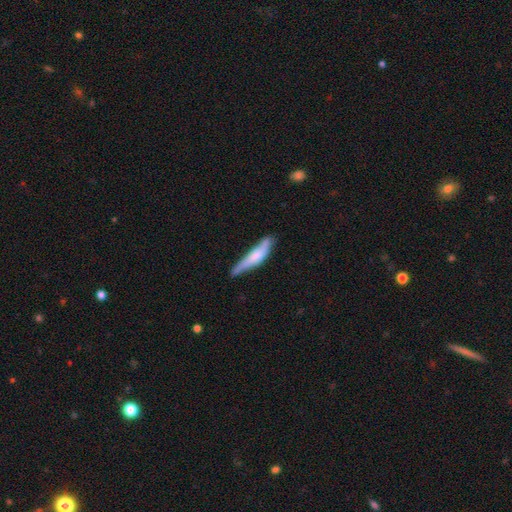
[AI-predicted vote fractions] A smooth galaxy with no disk features (59%) that is cigar-shaped (81%).

Vote fractions:
- Smooth or featured? smooth: 59% / featured or disk: 35% / star or artifact: 6%
- How rounded? cigar-shaped: 81% / in between: 18% / round: 2%
- Merging? none: 50% / minor disturbance: 35% / major disturbance: 11% / merger: 4%